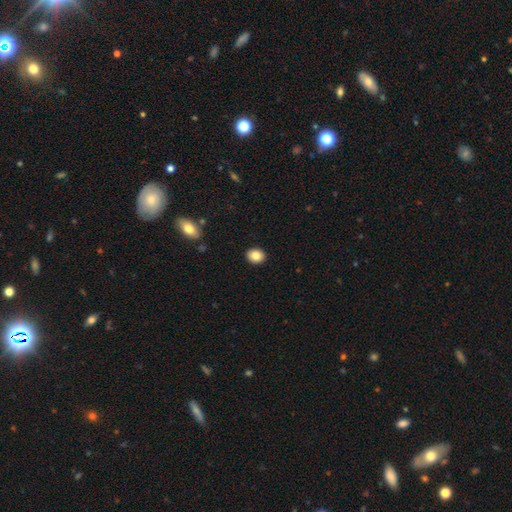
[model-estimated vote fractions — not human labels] smooth-or-featured: smooth: 84% | star or artifact: 9% | featured or disk: 8%
  how-rounded: round: 53% | in between: 46% | cigar-shaped: 1%
  merging: none: 91% | minor disturbance: 6% | major disturbance: 2% | merger: 1%